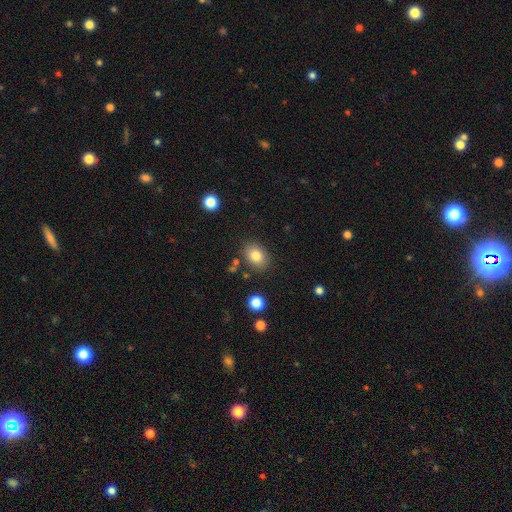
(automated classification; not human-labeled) A smooth galaxy with no disk features (82%) that is in between round and cigar-shaped (68%). Merging: none (83%).